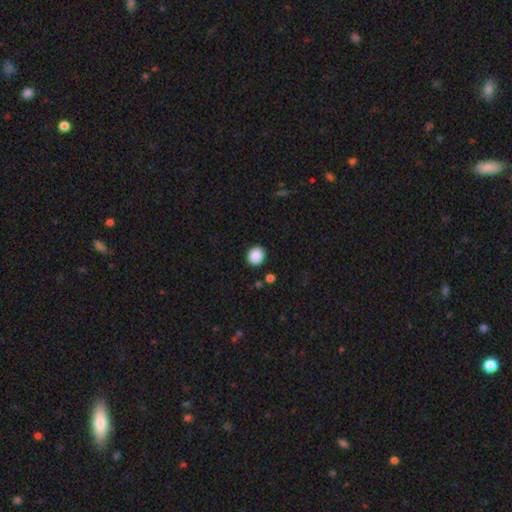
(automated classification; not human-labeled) smooth 88%, star or artifact 8%, featured or disk 3%. Down the decision tree: how rounded — round (84%); merging — none (91%).